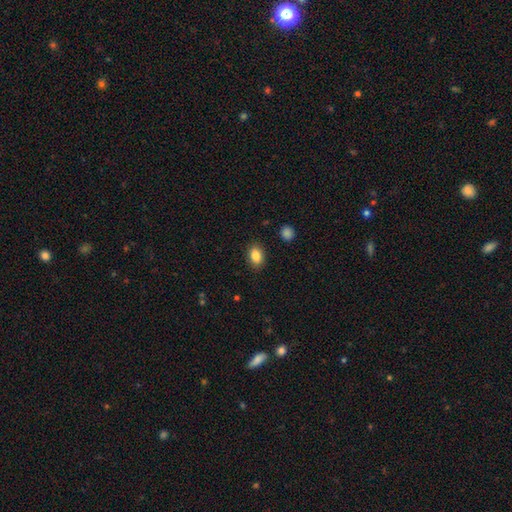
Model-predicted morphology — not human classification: smooth_or_featured: smooth (p=0.86) [alt: star or artifact p=0.08]
how_rounded: in between (p=0.84) [alt: round p=0.15]
merging: none (p=0.87) [alt: minor disturbance p=0.09]